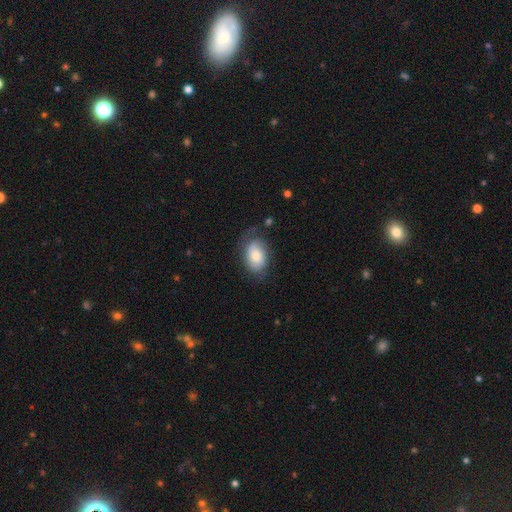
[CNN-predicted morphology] smooth-or-featured: smooth: 66% | featured or disk: 27% | star or artifact: 7%
  how-rounded: in between: 83% | round: 16% | cigar-shaped: 1%
  merging: none: 61% | minor disturbance: 25% | major disturbance: 11% | merger: 2%